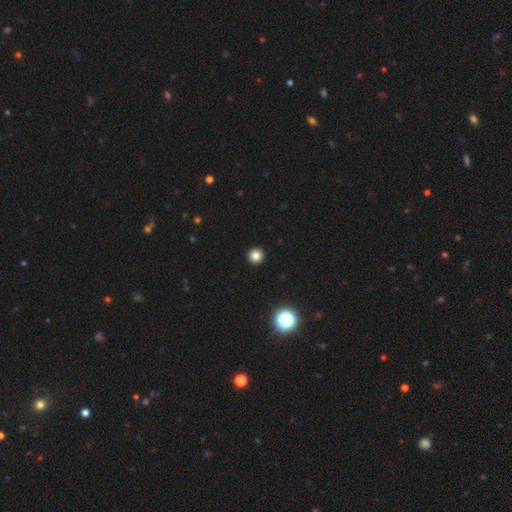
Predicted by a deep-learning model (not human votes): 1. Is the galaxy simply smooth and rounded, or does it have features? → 81% smooth, 14% star or artifact, 5% featured or disk.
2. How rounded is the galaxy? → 96% round, 3% in between, 1% cigar-shaped.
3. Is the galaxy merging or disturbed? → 94% none, 3% minor disturbance, 1% major disturbance, 1% merger.